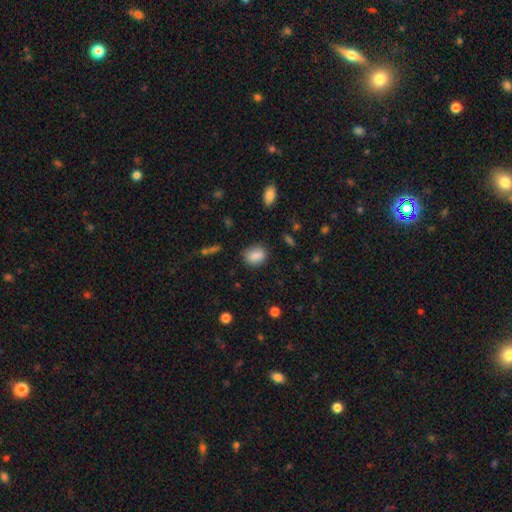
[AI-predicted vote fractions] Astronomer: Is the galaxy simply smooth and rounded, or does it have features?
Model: smooth — 85%.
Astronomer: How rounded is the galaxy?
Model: in between — 62%.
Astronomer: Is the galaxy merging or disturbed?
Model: none — 80%.